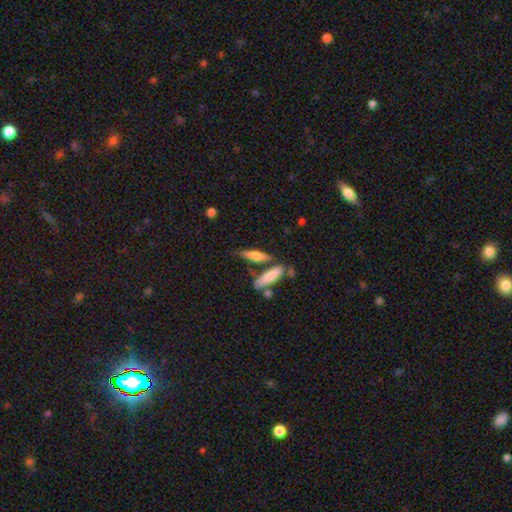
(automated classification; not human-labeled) smooth 66%, featured or disk 27%, star or artifact 7%. Down the decision tree: how rounded — cigar-shaped (71%); merging — none (63%).